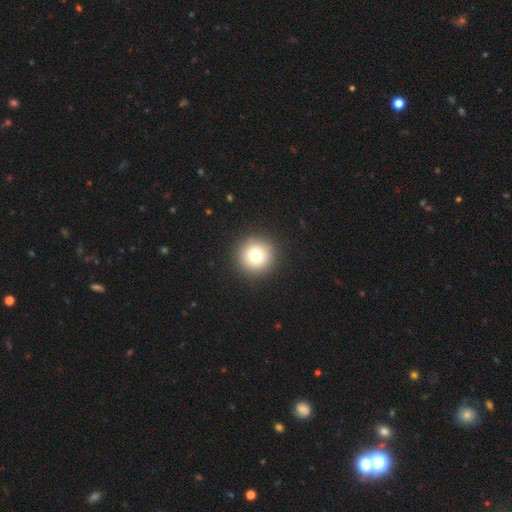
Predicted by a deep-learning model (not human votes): This appears to be a smooth galaxy with no disk features (77%) that is round (95%). Merging: none (92%).